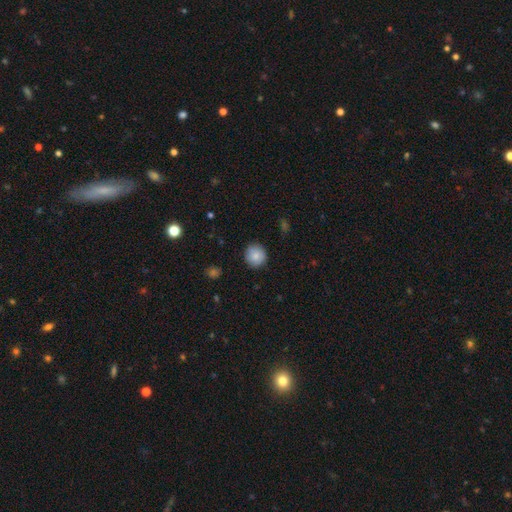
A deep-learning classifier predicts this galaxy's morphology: type=smooth (84%); roundness=round (93%); merging=none (88%).